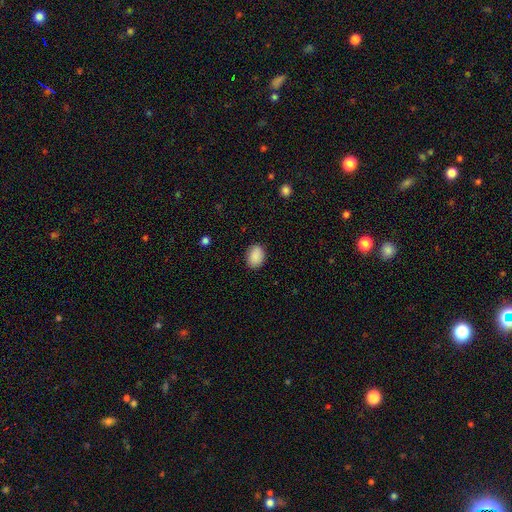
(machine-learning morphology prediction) Q: Smooth or featured?
A: smooth (90%); runner-up: star or artifact (7%)
Q: How rounded?
A: in between (73%); runner-up: round (26%)
Q: Merging?
A: none (87%); runner-up: minor disturbance (10%)